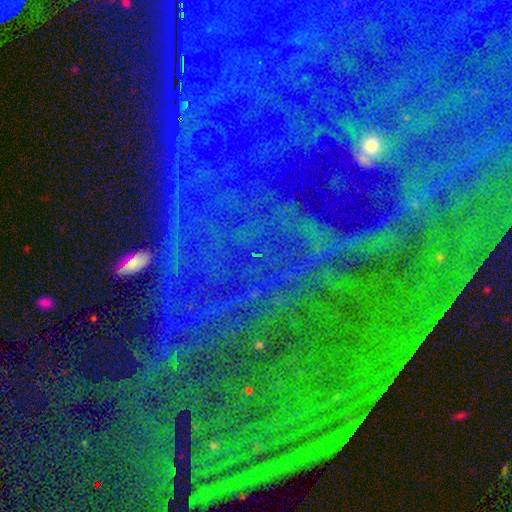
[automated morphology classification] type=star or artifact (85%).